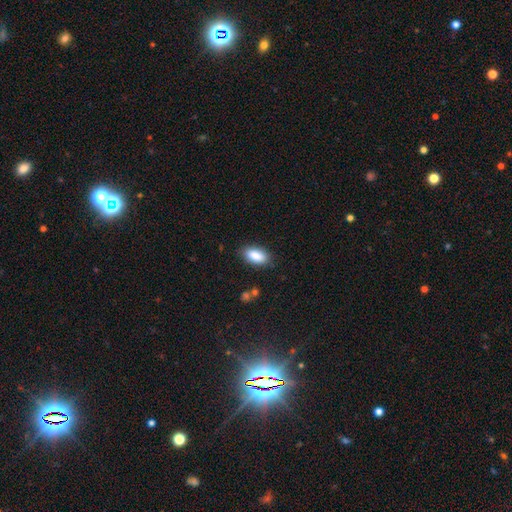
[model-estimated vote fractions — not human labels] This is clearly a smooth galaxy (87%). How rounded: clearly in between (90%). Merging: clearly none (84%).